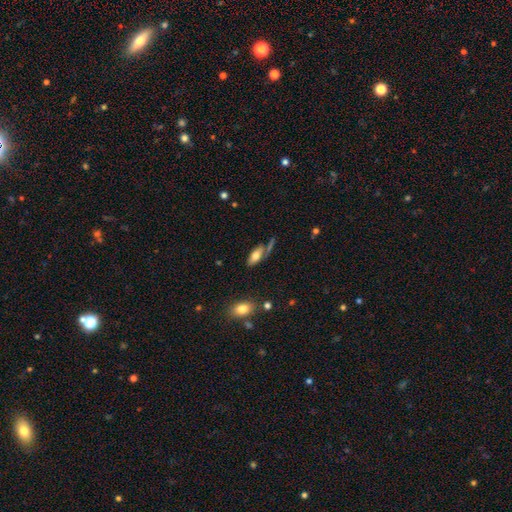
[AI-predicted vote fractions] Smooth or featured? Predicted: smooth (p=0.69). How rounded? Predicted: in between (p=0.83). Merging? Predicted: none (p=0.54).